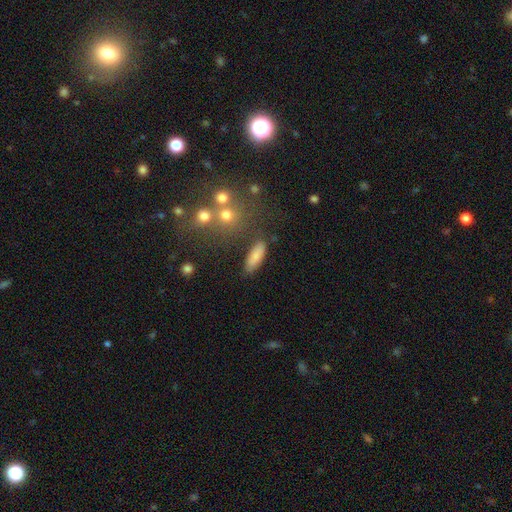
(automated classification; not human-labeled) This is clearly a smooth galaxy (82%). How rounded: possibly in between (56%). Merging: likely none (80%).